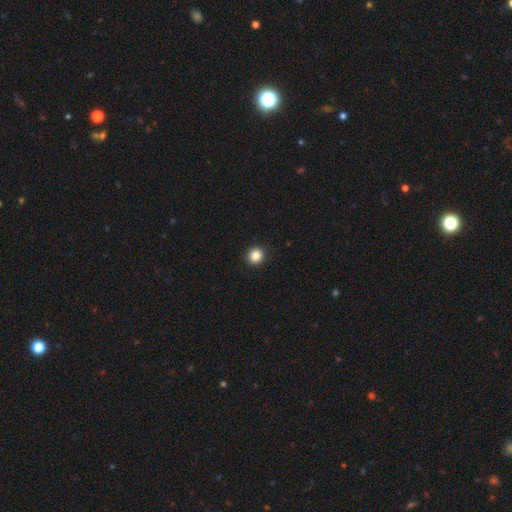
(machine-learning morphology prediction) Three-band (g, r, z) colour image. It shows a smooth galaxy with no disk features (85%) that is round (93%). Merging: none (94%).